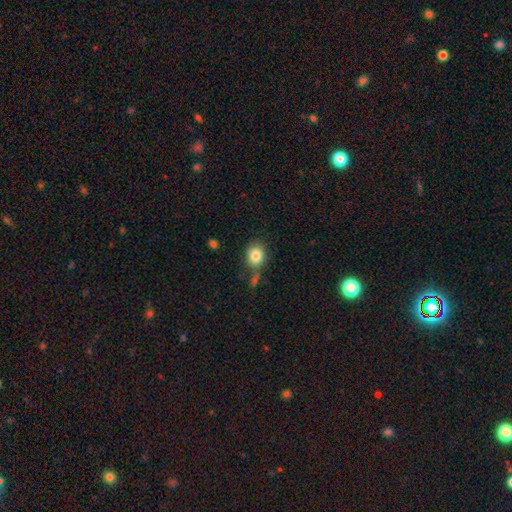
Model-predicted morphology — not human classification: smooth_or_featured: smooth (p=0.84) [alt: star or artifact p=0.09]
how_rounded: round (p=0.65) [alt: in between p=0.34]
merging: none (p=0.69) [alt: minor disturbance p=0.16]